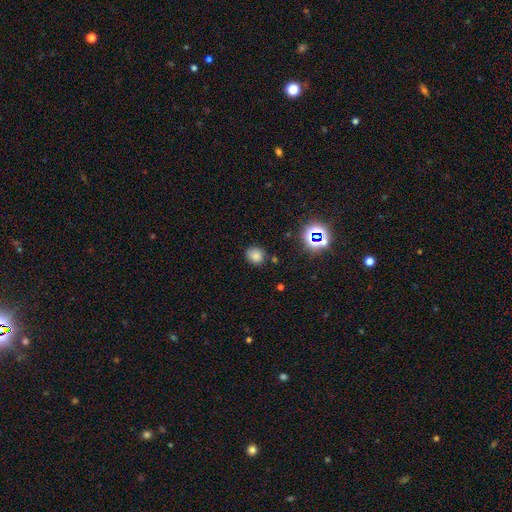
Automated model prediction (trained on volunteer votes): Smooth or featured? smooth (76%)
How rounded? round (77%)
Merging? none (81%)